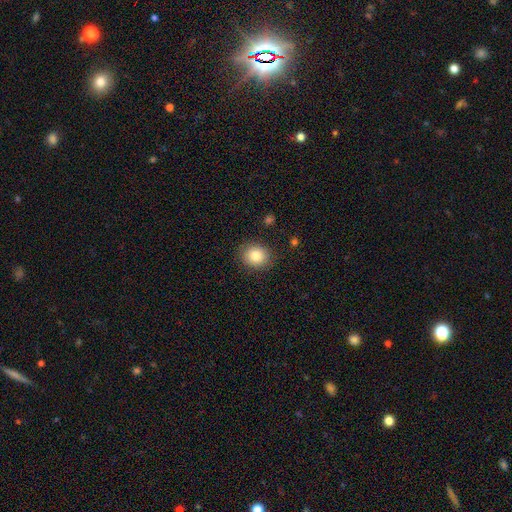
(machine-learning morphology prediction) smooth-or-featured: smooth: 83% | star or artifact: 10% | featured or disk: 8%
  how-rounded: round: 77% | in between: 22% | cigar-shaped: 1%
  merging: none: 88% | minor disturbance: 9% | major disturbance: 2% | merger: 1%